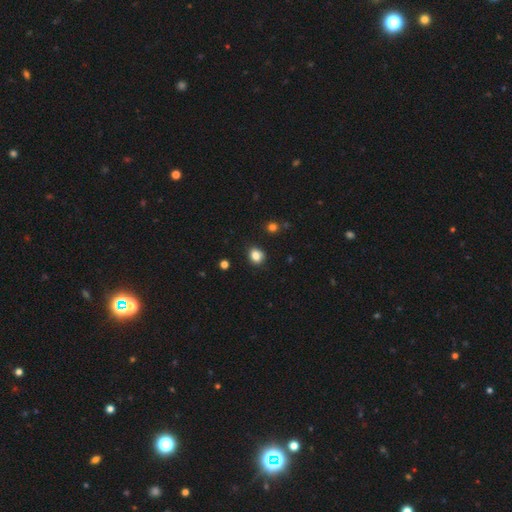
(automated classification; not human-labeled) This appears to be a smooth galaxy with no disk features (83%) that is round (66%). Merging: none (86%).